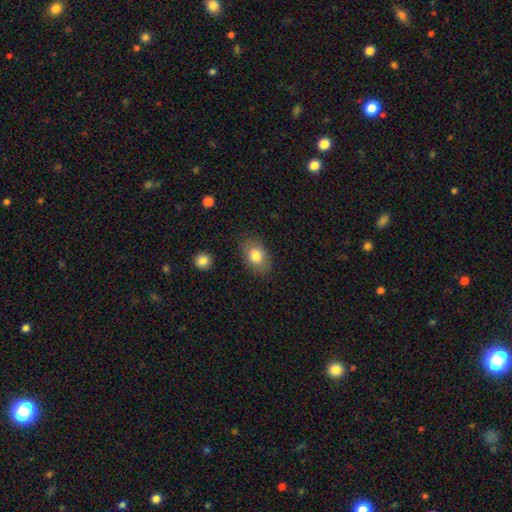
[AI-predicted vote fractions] This is likely a smooth galaxy (79%). How rounded: clearly in between (83%). Merging: clearly none (85%).